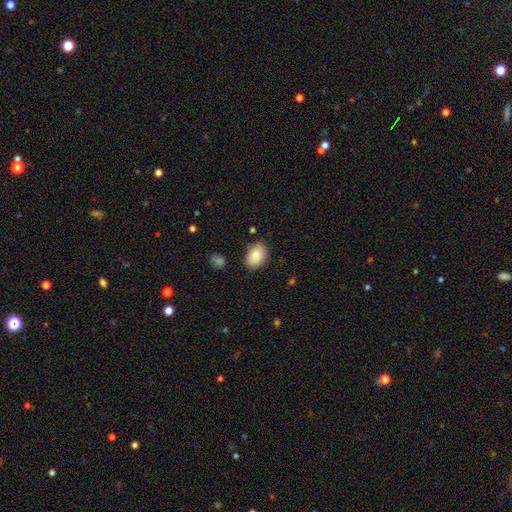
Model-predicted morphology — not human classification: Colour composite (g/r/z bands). It shows a smooth galaxy with no disk features (86%) that is in between round and cigar-shaped (85%). Merging: none (83%).